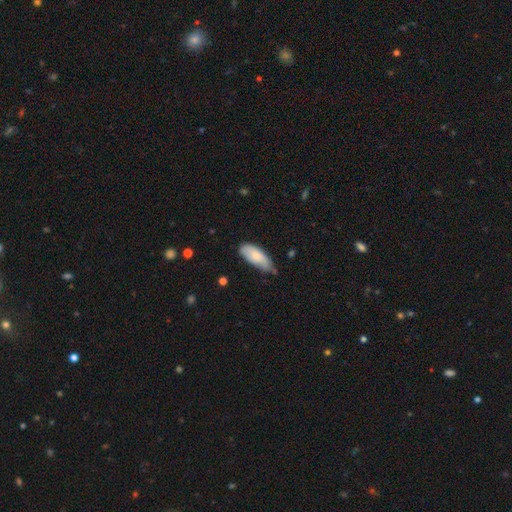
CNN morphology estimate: Smooth or featured?
  - smooth: 77% *
  - featured or disk: 17%
  - star or artifact: 6%
How rounded?
  - in between: 82% *
  - cigar-shaped: 16%
  - round: 2%
Merging?
  - none: 49% *
  - minor disturbance: 41%
  - major disturbance: 7%
  - merger: 3%